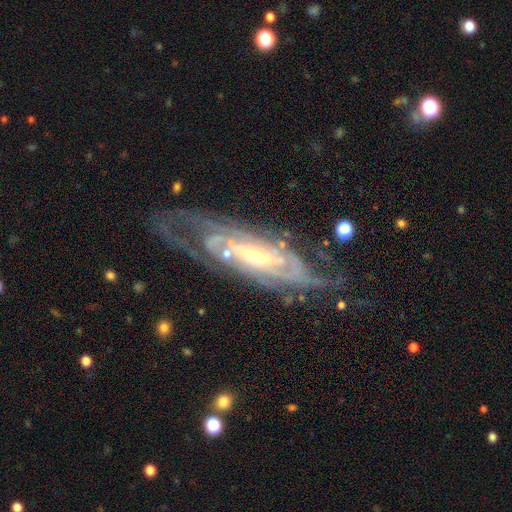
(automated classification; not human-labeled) Q: Smooth or featured?
A: featured or disk (88%); runner-up: smooth (7%)
Q: Edge-on disk?
A: no (86%); runner-up: yes (14%)
Q: Bar?
A: no (44%); runner-up: weak (33%)
Q: Spiral arms?
A: yes (95%); runner-up: no (5%)
Q: Spiral winding?
A: tight (65%); runner-up: medium (28%)
Q: Spiral arm count?
A: can't tell (36%); runner-up: 2 (26%)
Q: Bulge size?
A: small (54%); runner-up: moderate (39%)
Q: Merging?
A: none (64%); runner-up: minor disturbance (20%)